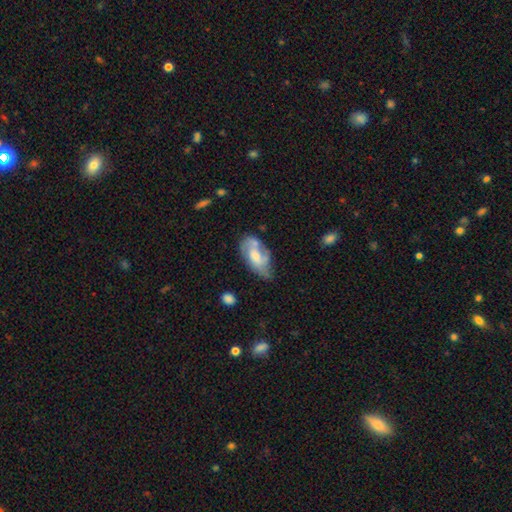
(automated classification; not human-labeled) featured or disk 55%, smooth 39%, star or artifact 7%. Down the decision tree: edge-on disk — no (93%); bar — no (64%); spiral arms — yes (68%); bulge size — moderate (52%); merging — none (44%).